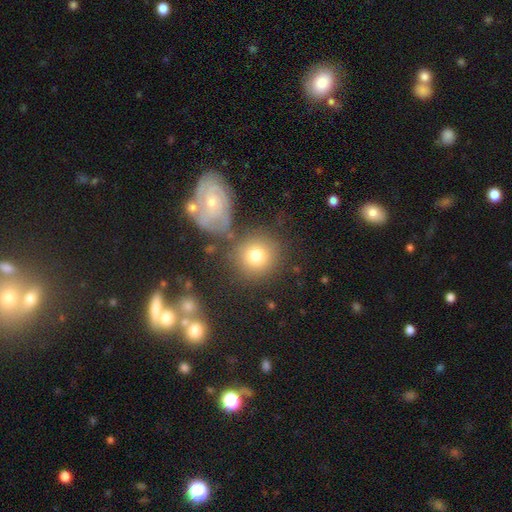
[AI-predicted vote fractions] smooth_or_featured: smooth (p=0.74) [alt: featured or disk p=0.16]
how_rounded: round (p=0.89) [alt: in between p=0.10]
merging: none (p=0.71) [alt: merger p=0.13]